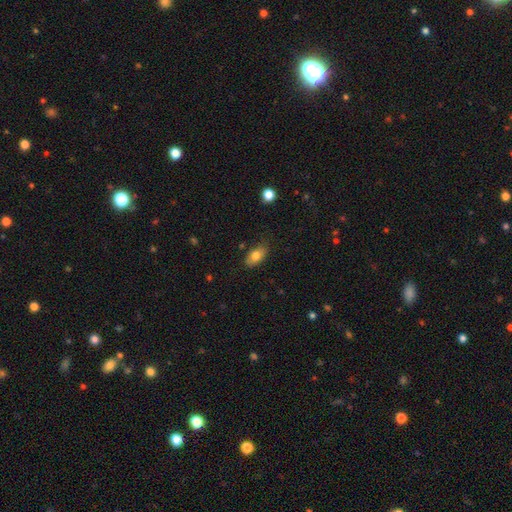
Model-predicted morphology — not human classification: A smooth galaxy with no disk features (79%) that is in between round and cigar-shaped (89%).

Vote fractions:
- Smooth or featured? smooth: 79% / featured or disk: 14% / star or artifact: 8%
- How rounded? in between: 89% / round: 8% / cigar-shaped: 4%
- Merging? none: 77% / minor disturbance: 18% / major disturbance: 3% / merger: 2%